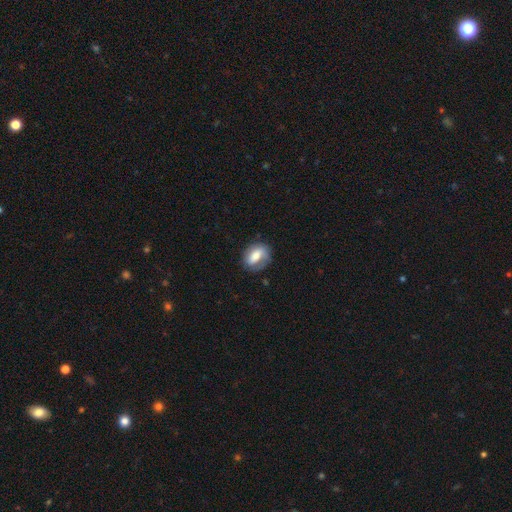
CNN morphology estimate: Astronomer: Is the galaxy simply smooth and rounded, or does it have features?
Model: smooth — 57% (runner-up: featured or disk, 36%).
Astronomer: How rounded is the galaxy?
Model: in between — 73%.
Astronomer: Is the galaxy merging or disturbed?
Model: none — 66%.